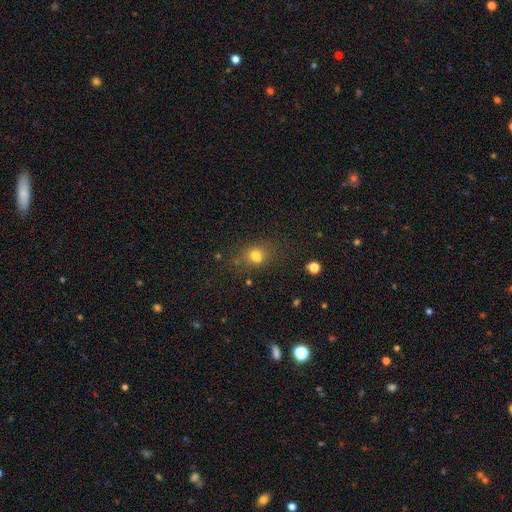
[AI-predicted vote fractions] smooth-or-featured: smooth: 70% | star or artifact: 17% | featured or disk: 13%
  how-rounded: round: 50% | in between: 48% | cigar-shaped: 2%
  merging: none: 57% | merger: 19% | minor disturbance: 16% | major disturbance: 7%